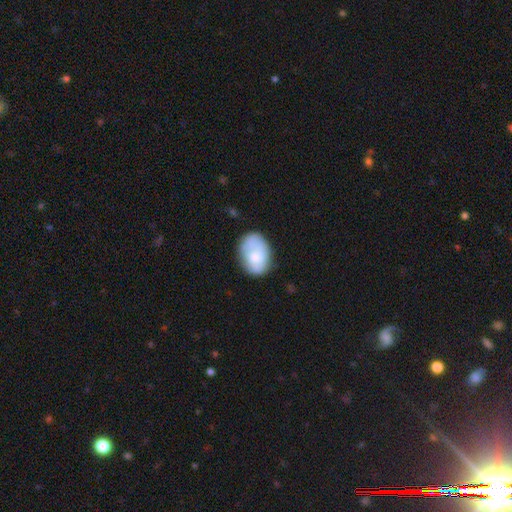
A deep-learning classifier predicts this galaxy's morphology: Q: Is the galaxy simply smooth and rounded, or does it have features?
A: smooth — 68%.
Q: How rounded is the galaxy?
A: in between — 82%.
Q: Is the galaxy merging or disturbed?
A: none — 56%.